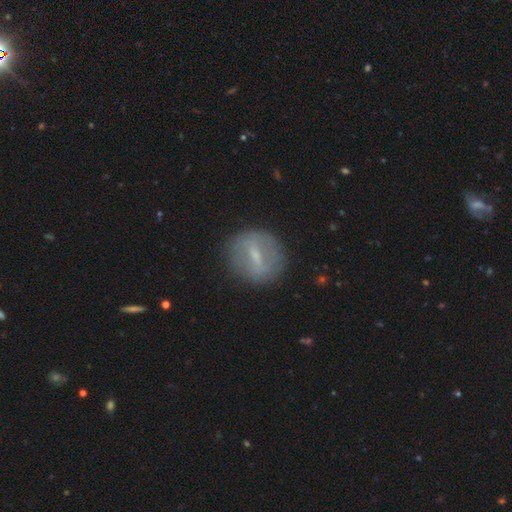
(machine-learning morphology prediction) Smooth or featured: featured or disk — 57% (smooth — 34%)
Edge-on disk: no — 87% (yes — 13%)
Bar: strong — 50% (weak — 39%)
Spiral arms: no — 74% (yes — 26%)
Bulge size: small — 56% (moderate — 29%)
Merging: none — 83% (minor disturbance — 12%)